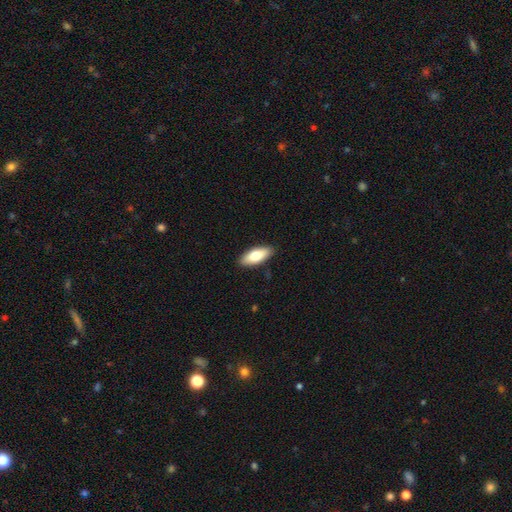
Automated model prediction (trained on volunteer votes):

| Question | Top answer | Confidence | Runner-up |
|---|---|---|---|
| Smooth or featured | smooth | 75% | featured or disk (19%) |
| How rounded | in between | 82% | cigar-shaped (16%) |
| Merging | none | 89% | minor disturbance (8%) |